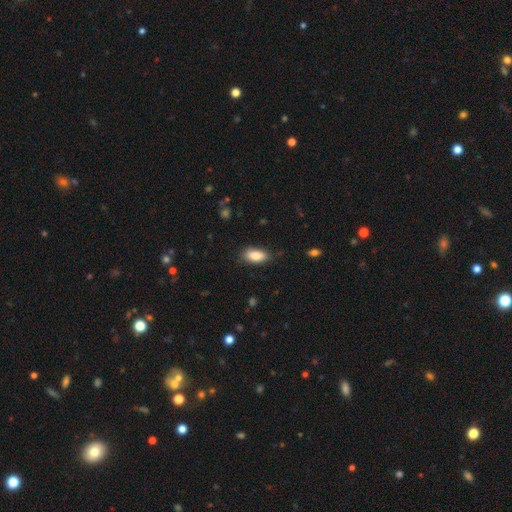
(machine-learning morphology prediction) smooth 87%, star or artifact 7%, featured or disk 6%. Down the decision tree: how rounded — in between (90%); merging — none (80%).